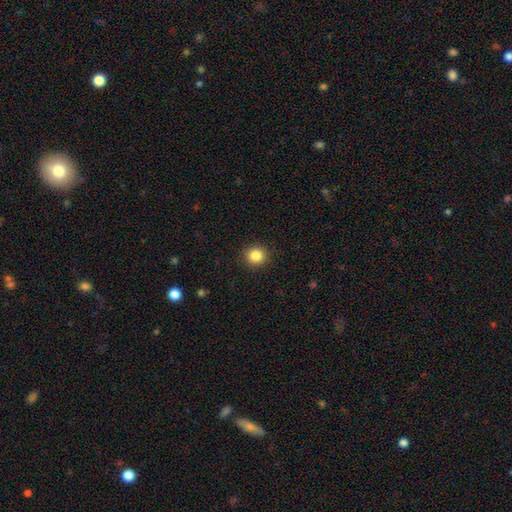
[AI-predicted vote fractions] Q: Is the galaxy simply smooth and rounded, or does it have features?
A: smooth — 84%.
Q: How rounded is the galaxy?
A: round — 91%.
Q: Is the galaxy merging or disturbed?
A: none — 92%.